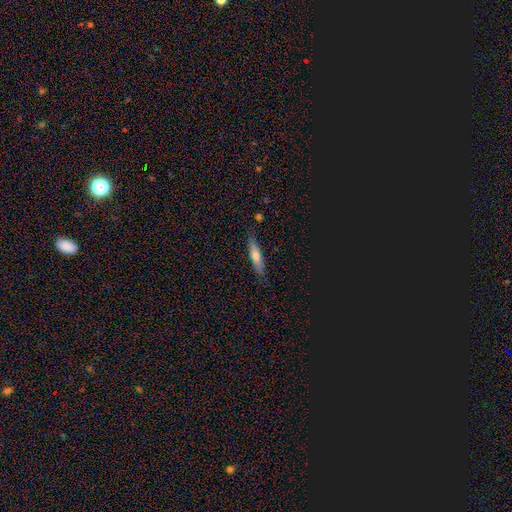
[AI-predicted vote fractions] A smooth galaxy with no disk features (61%) that is cigar-shaped (76%).

Vote fractions:
- Smooth or featured? smooth: 61% / featured or disk: 32% / star or artifact: 7%
- How rounded? cigar-shaped: 76% / in between: 22% / round: 2%
- Merging? none: 82% / minor disturbance: 14% / major disturbance: 3% / merger: 2%